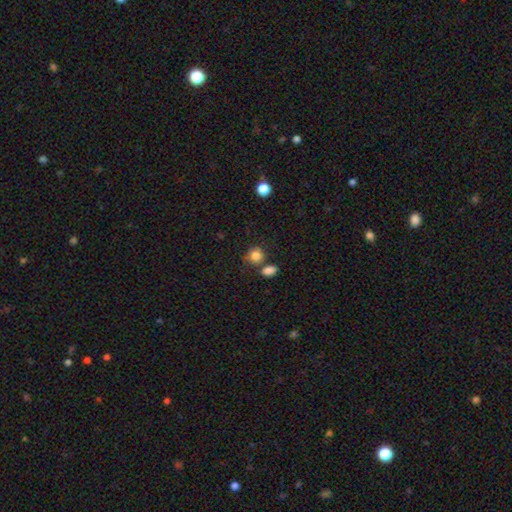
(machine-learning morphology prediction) Q: Smooth or featured?
A: smooth (84%); runner-up: star or artifact (10%)
Q: How rounded?
A: round (77%); runner-up: in between (22%)
Q: Merging?
A: none (63%); runner-up: merger (19%)